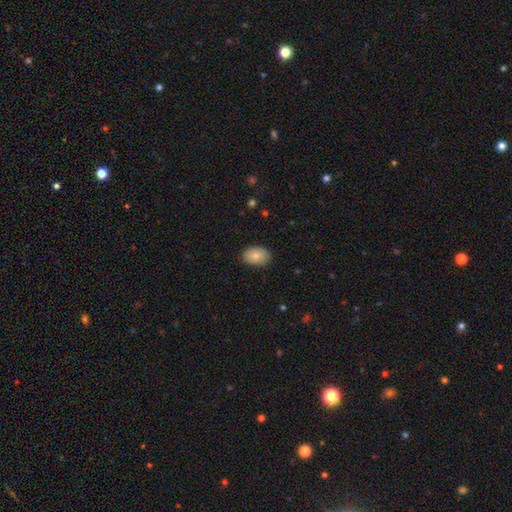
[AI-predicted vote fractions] smooth 82%, featured or disk 11%, star or artifact 7%. Down the decision tree: how rounded — in between (87%); merging — none (85%).